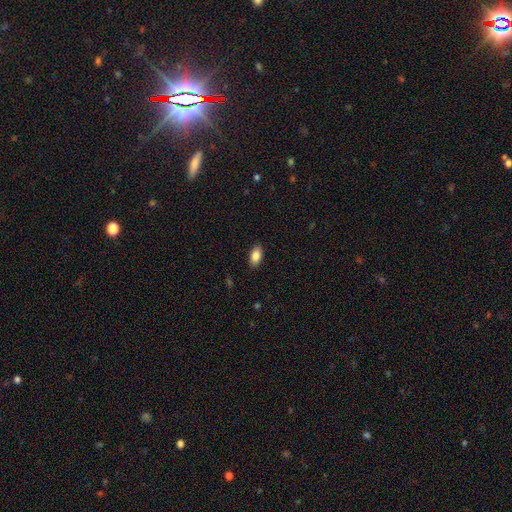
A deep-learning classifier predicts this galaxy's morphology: A smooth galaxy with no disk features (85%) that is in between round and cigar-shaped (91%). Merging: none (88%).